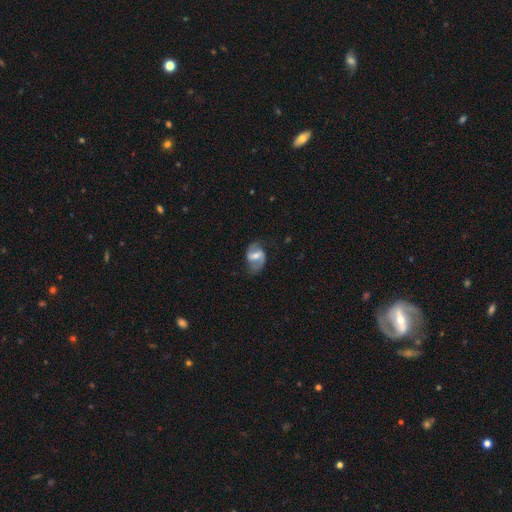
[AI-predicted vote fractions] smooth-or-featured: featured or disk: 77% | smooth: 17% | star or artifact: 6%
  disk-edge-on: no: 97% | yes: 3%
    bar: weak: 47% | strong: 37% | no: 16%
    has-spiral-arms: yes: 91% | no: 9%
      spiral-winding: medium: 45% | loose: 41% | tight: 15%
      spiral-arm-count: 2: 89% | can't tell: 5% | 1: 4% | 3: 1% | 4: 1% | more than 4: 1%
    bulge-size: moderate: 56% | small: 33% | large: 6% | none: 4% | dominant: 1%
  merging: none: 72% | minor disturbance: 18% | major disturbance: 9% | merger: 1%